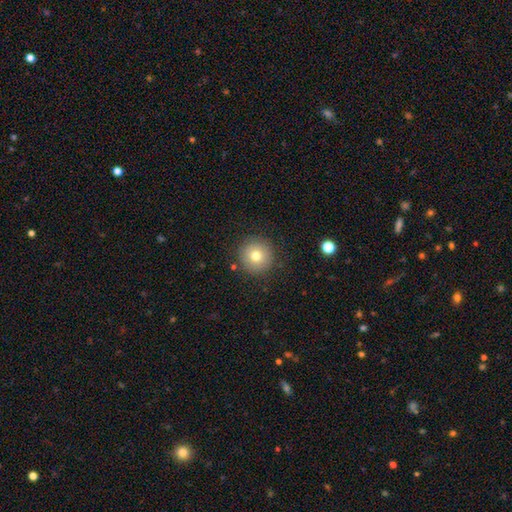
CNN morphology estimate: This appears to be a smooth galaxy with no disk features (75%) that is round (96%). Merging: none (88%).